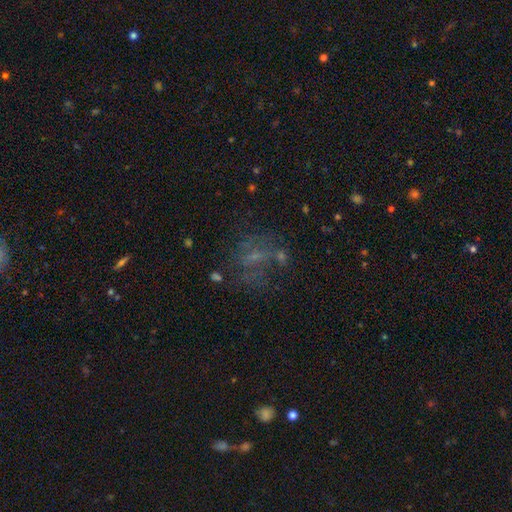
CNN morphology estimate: smooth-or-featured: featured or disk: 42% | smooth: 30% | star or artifact: 28%
  merging: none: 48% | major disturbance: 26% | minor disturbance: 17% | merger: 8%